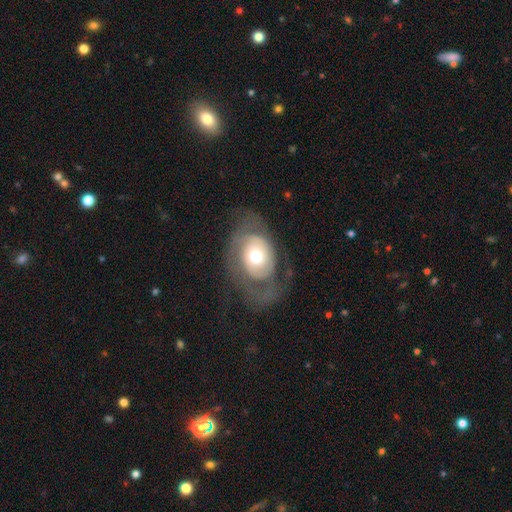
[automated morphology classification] Smooth or featured? Predicted: featured or disk (p=0.63). Edge-on disk? Predicted: no (p=0.95). Bar? Predicted: no (p=0.81). Spiral arms? Predicted: yes (p=0.69). Bulge size? Predicted: moderate (p=0.67). Merging? Predicted: none (p=0.44).